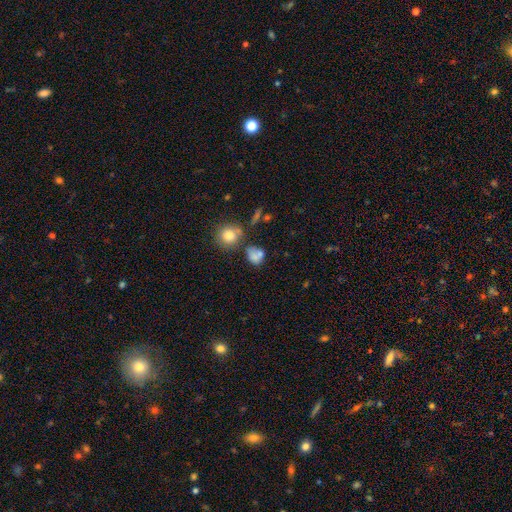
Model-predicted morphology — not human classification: smooth_or_featured: smooth (p=0.74) [alt: featured or disk p=0.13]
how_rounded: round (p=0.59) [alt: in between p=0.39]
merging: none (p=0.42) [alt: merger p=0.31]